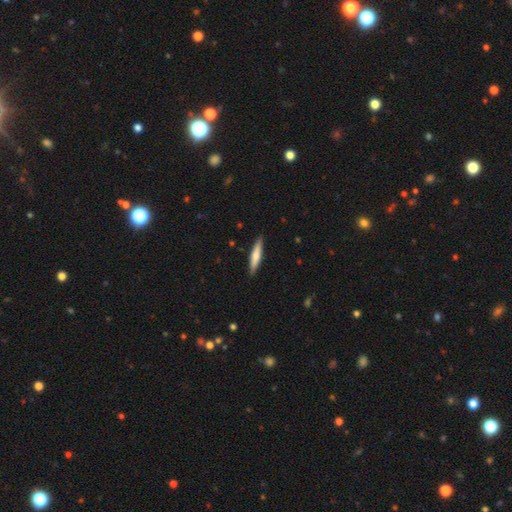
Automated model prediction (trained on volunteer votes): Smooth or featured: smooth — 61% (featured or disk — 34%)
How rounded: cigar-shaped — 87% (in between — 11%)
Merging: none — 90% (minor disturbance — 8%)